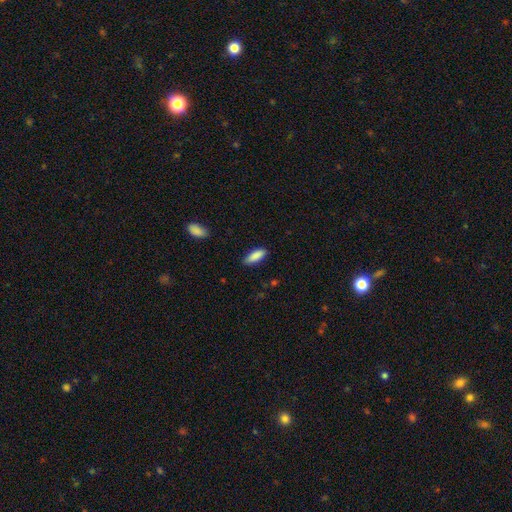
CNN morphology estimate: Smooth or featured? smooth (88%)
How rounded? in between (71%)
Merging? none (84%)